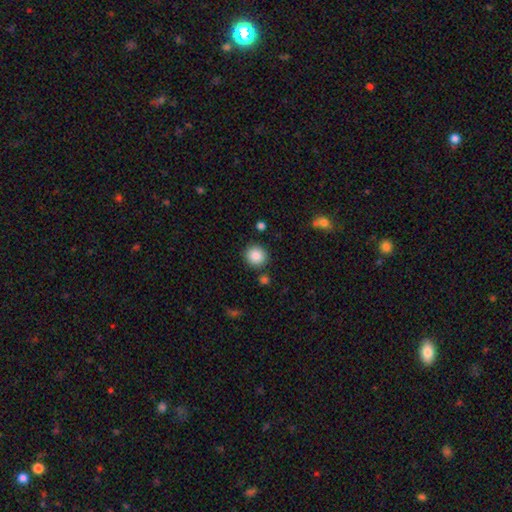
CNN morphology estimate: Smooth or featured? Predicted: smooth (p=0.86). How rounded? Predicted: round (p=0.91). Merging? Predicted: none (p=0.87).